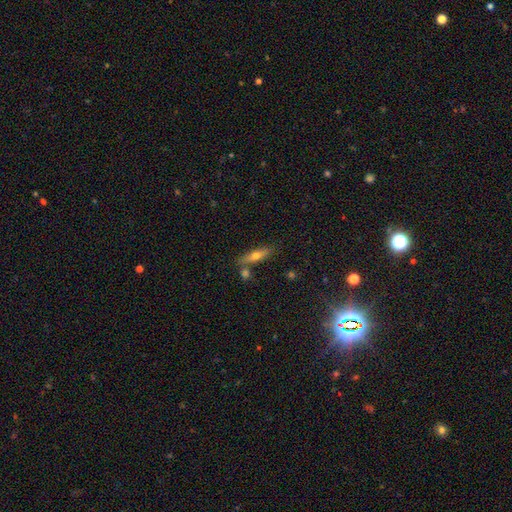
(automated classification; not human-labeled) smooth-or-featured: smooth: 52% | featured or disk: 40% | star or artifact: 9%
  how-rounded: cigar-shaped: 67% | in between: 30% | round: 3%
  merging: none: 73% | merger: 12% | minor disturbance: 12% | major disturbance: 3%